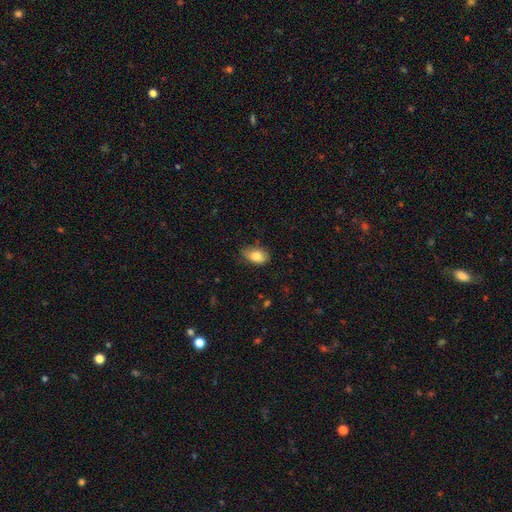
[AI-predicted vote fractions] This is clearly a smooth galaxy (80%). How rounded: clearly in between (87%). Merging: likely none (67%).